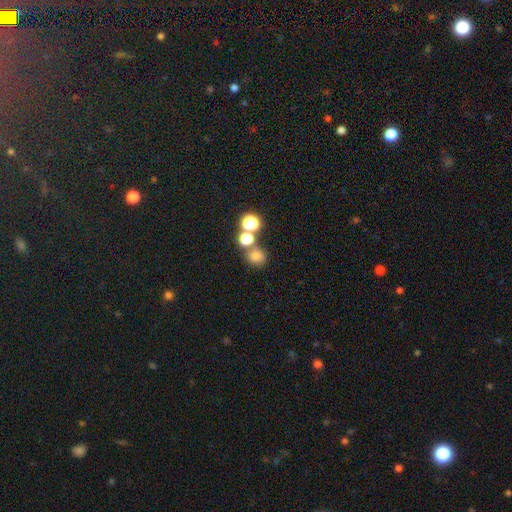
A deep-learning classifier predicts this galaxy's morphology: smooth 73%, star or artifact 20%, featured or disk 8%. Down the decision tree: how rounded — round (76%); merging — none (57%).